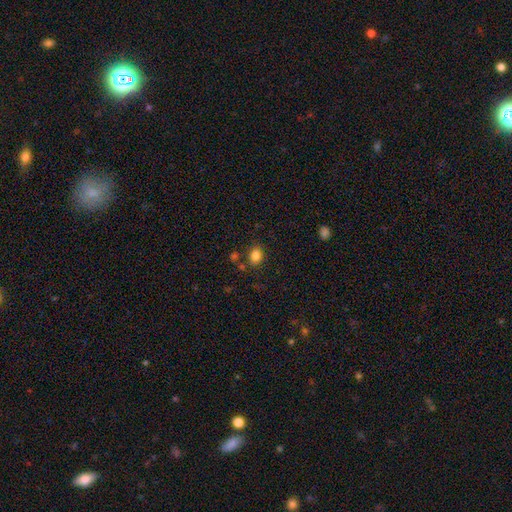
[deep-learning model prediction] smooth-or-featured: smooth: 83% | star or artifact: 11% | featured or disk: 6%
  how-rounded: in between: 57% | round: 42% | cigar-shaped: 1%
  merging: none: 80% | minor disturbance: 11% | merger: 6% | major disturbance: 3%